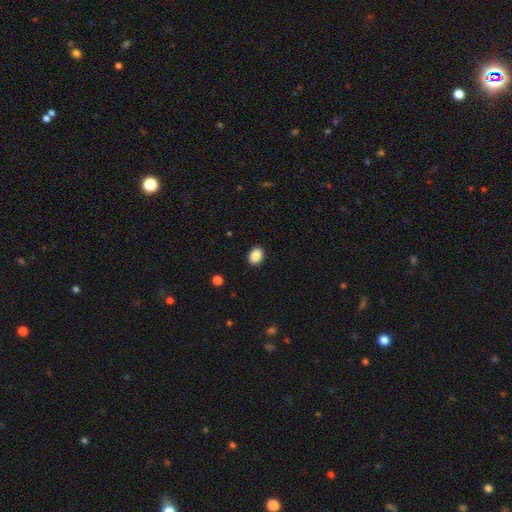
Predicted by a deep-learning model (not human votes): Smooth or featured?
  - smooth: 89% *
  - star or artifact: 8%
  - featured or disk: 3%
How rounded?
  - in between: 64% *
  - round: 35%
  - cigar-shaped: 1%
Merging?
  - none: 91% *
  - minor disturbance: 6%
  - major disturbance: 2%
  - merger: 1%